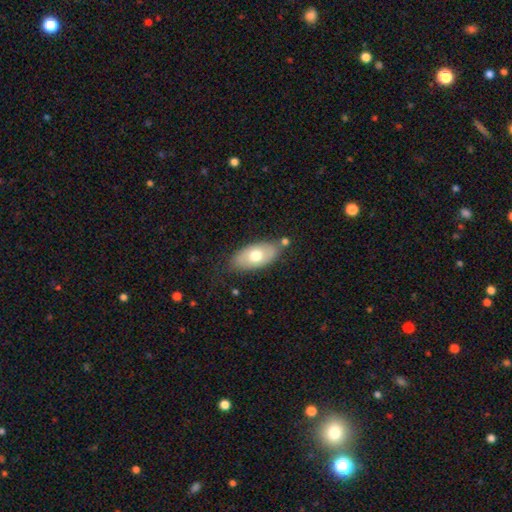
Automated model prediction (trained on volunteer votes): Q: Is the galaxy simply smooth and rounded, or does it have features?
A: smooth — 62%.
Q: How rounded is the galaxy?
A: in between — 92%.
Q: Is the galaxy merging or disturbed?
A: none — 71%.